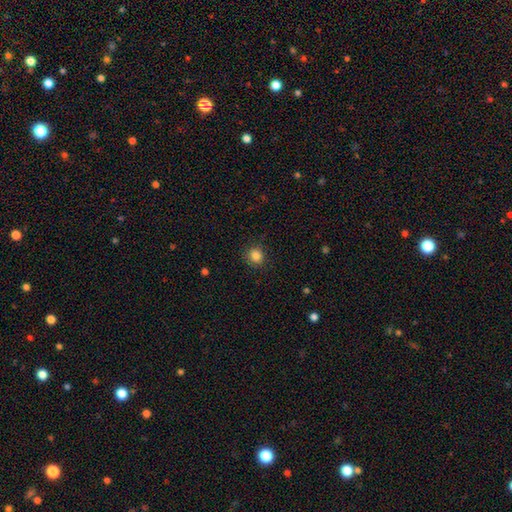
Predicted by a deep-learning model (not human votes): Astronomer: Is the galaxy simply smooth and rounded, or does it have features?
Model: smooth — 85%.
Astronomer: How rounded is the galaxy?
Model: round — 86%.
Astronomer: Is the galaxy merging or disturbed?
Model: none — 85%.